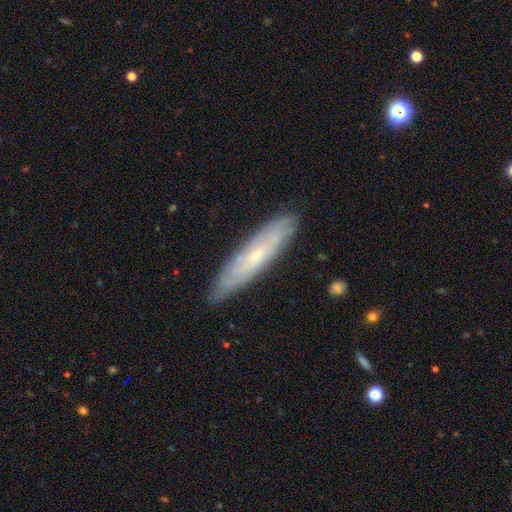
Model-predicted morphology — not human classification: This is possibly a featured or disk galaxy (52%). It is possibly viewed edge-on (57%). Merging: clearly none (85%).